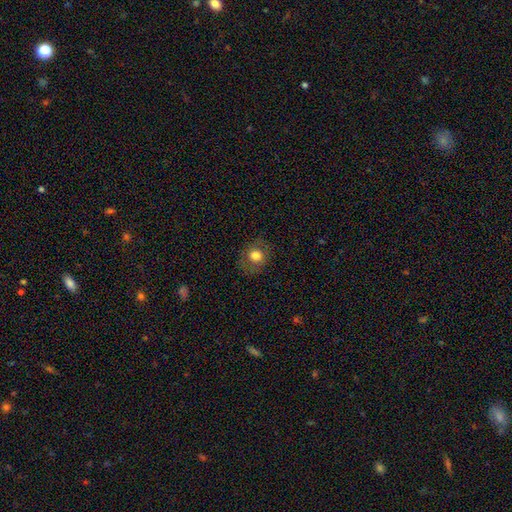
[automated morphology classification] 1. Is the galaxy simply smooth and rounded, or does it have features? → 75% smooth, 15% featured or disk, 10% star or artifact.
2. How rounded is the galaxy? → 74% round, 25% in between, 1% cigar-shaped.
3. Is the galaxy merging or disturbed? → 83% none, 12% minor disturbance, 5% major disturbance, 1% merger.